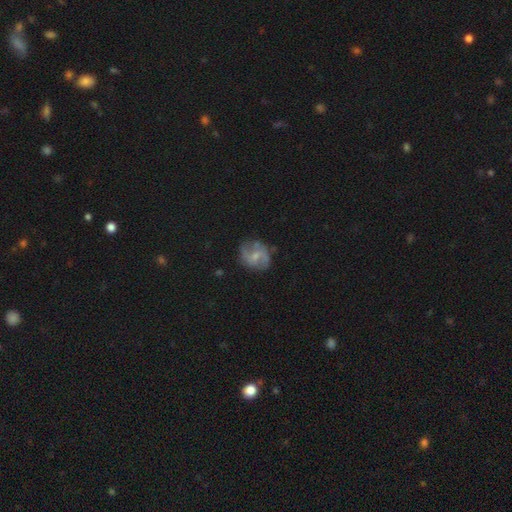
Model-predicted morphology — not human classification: smooth-or-featured: featured or disk: 61% | smooth: 31% | star or artifact: 8%
  disk-edge-on: no: 97% | yes: 3%
    bar: no: 49% | weak: 42% | strong: 9%
    has-spiral-arms: yes: 76% | no: 24%
    bulge-size: small: 49% | moderate: 36% | none: 12% | large: 2% | dominant: 1%
  merging: none: 66% | minor disturbance: 22% | major disturbance: 11% | merger: 2%